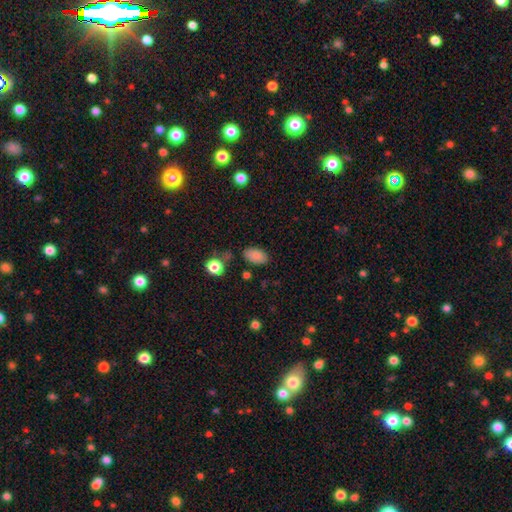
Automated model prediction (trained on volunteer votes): smooth_or_featured: smooth (p=0.86) [alt: star or artifact p=0.09]
how_rounded: in between (p=0.91) [alt: round p=0.07]
merging: none (p=0.75) [alt: minor disturbance p=0.16]